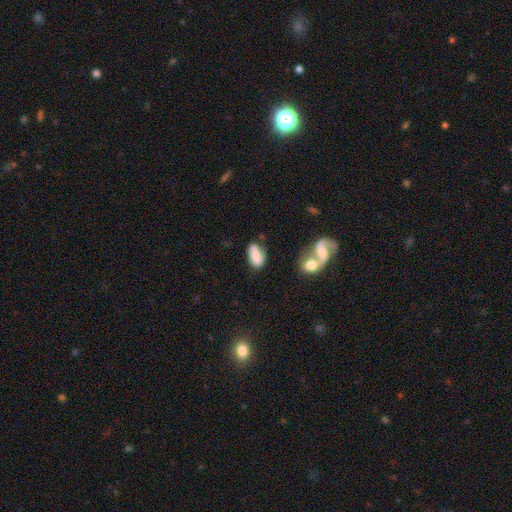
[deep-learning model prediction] Q: Smooth or featured?
A: smooth (74%); runner-up: featured or disk (18%)
Q: How rounded?
A: in between (89%); runner-up: cigar-shaped (6%)
Q: Merging?
A: none (51%); runner-up: minor disturbance (25%)